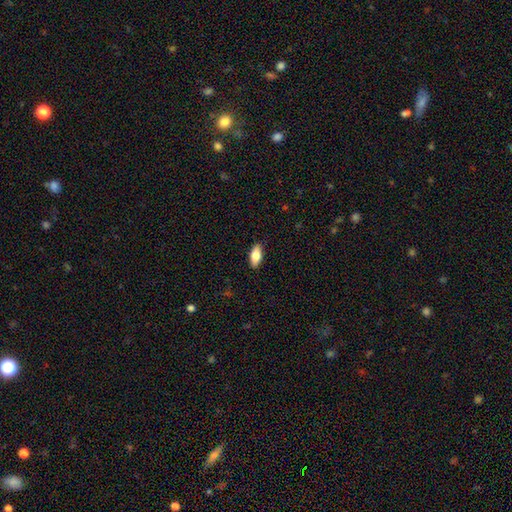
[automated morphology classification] This is likely a smooth galaxy (79%). How rounded: clearly in between (86%). Merging: clearly none (88%).